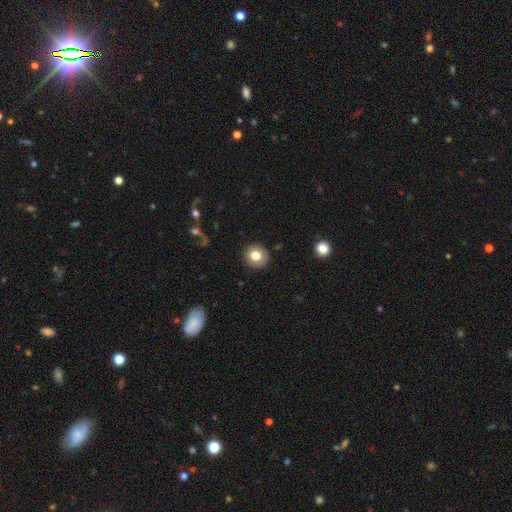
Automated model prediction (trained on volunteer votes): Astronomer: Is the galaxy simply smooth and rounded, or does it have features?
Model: smooth — 79%.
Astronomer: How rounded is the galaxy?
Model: round — 92%.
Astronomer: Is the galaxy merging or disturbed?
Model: none — 91%.